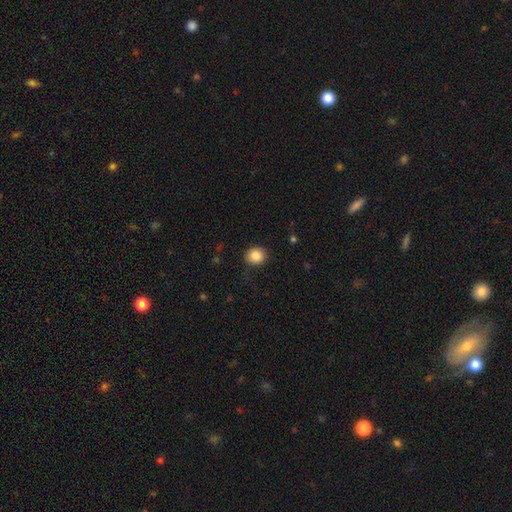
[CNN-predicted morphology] Overall: smooth (86%). How rounded: round (78%). Merging: none (86%).